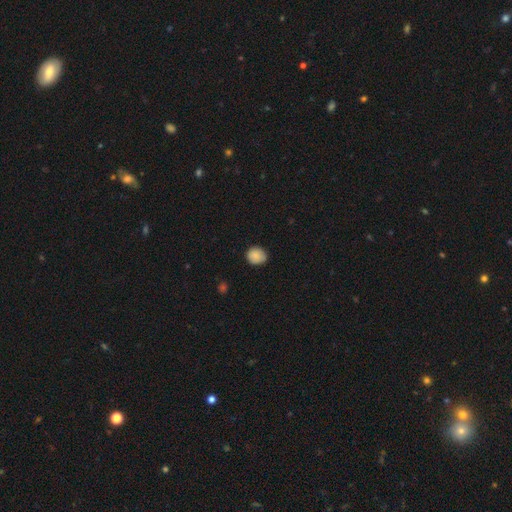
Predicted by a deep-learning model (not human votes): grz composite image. It shows a smooth galaxy with no disk features (87%) that is round (79%). Merging: none (80%).